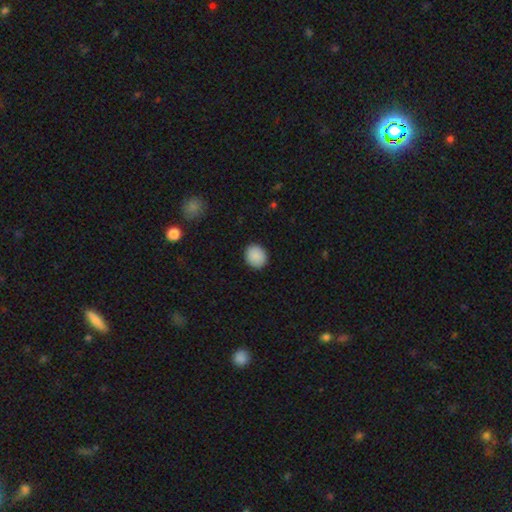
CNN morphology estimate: Q: Smooth or featured?
A: smooth (90%); runner-up: star or artifact (7%)
Q: How rounded?
A: round (79%); runner-up: in between (20%)
Q: Merging?
A: none (91%); runner-up: minor disturbance (6%)